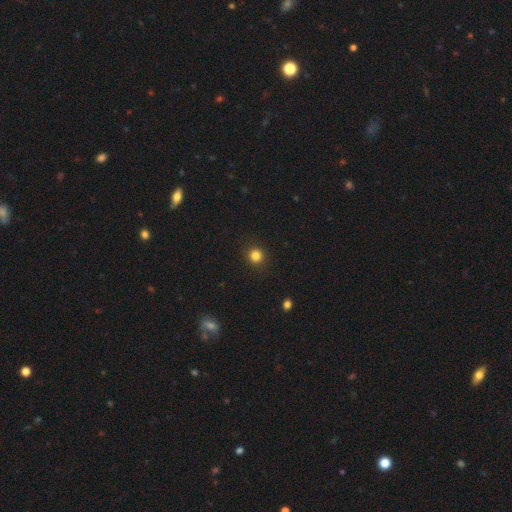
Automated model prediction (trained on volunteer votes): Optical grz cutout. It shows a smooth galaxy with no disk features (83%) that is round (92%). Merging: none (91%).